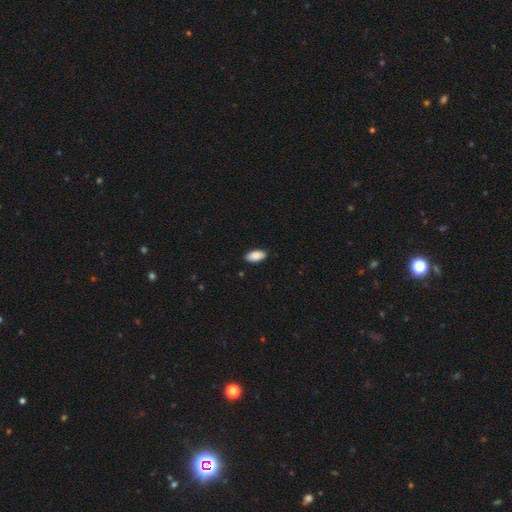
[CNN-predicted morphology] Q: Smooth or featured?
A: smooth (90%); runner-up: star or artifact (6%)
Q: How rounded?
A: in between (93%); runner-up: cigar-shaped (5%)
Q: Merging?
A: none (88%); runner-up: minor disturbance (10%)